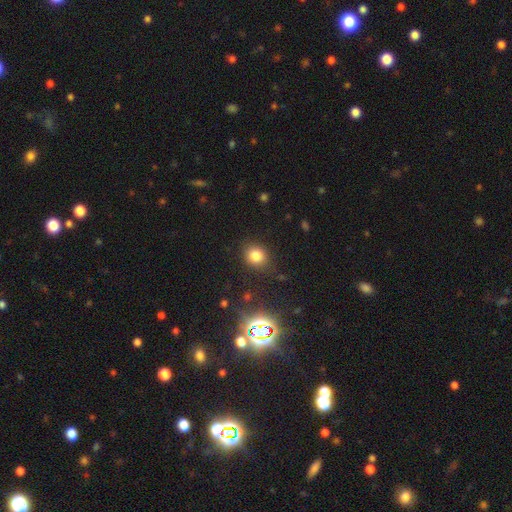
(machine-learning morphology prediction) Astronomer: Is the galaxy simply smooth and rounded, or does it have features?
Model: smooth — 76%.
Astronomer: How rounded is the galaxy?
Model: round — 74%.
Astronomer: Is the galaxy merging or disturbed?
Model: none — 85%.